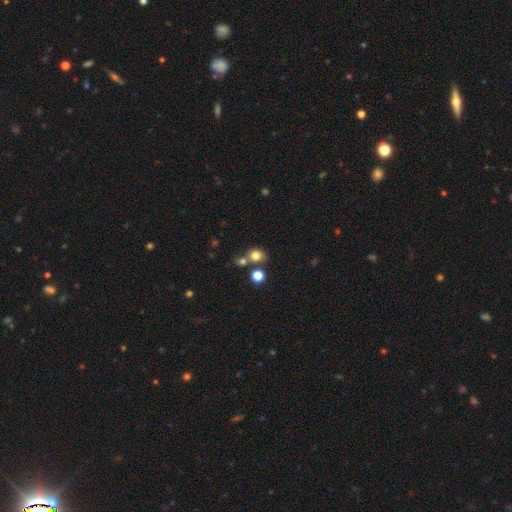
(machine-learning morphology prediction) smooth 77%, star or artifact 15%, featured or disk 8%. Down the decision tree: how rounded — round (76%); merging — none (57%).